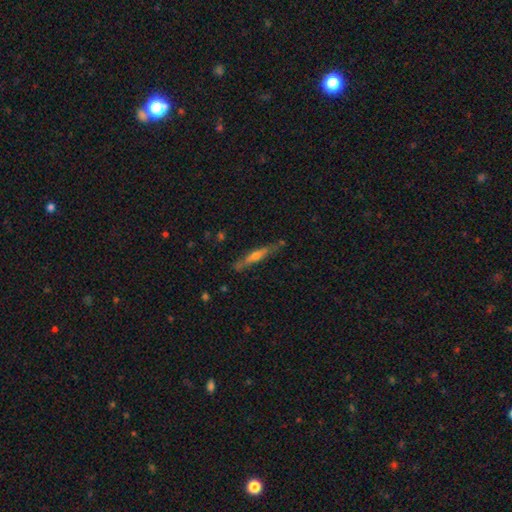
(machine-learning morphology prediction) A featured or disk galaxy (64%) viewed edge-on (92%) with a rounded central bulge (79%).

Vote fractions:
- Smooth or featured? featured or disk: 64% / smooth: 29% / star or artifact: 7%
- Edge-on disk? yes: 92% / no: 8%
- Edge-on bulge? rounded: 79% / none: 15% / boxy: 6%
- Merging? none: 78% / minor disturbance: 15% / merger: 3% / major disturbance: 3%